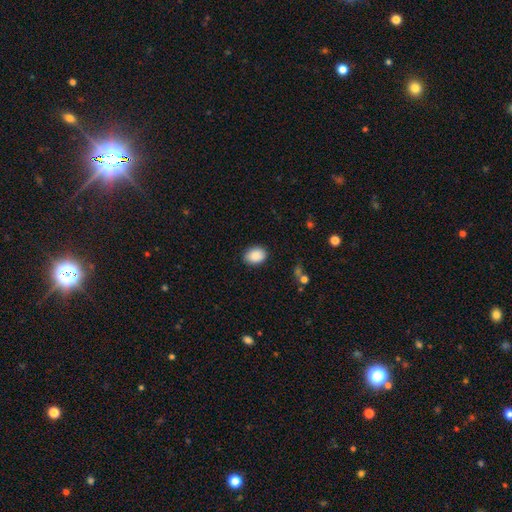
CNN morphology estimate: Q: Smooth or featured?
A: smooth (89%); runner-up: star or artifact (7%)
Q: How rounded?
A: in between (69%); runner-up: round (30%)
Q: Merging?
A: none (87%); runner-up: minor disturbance (10%)